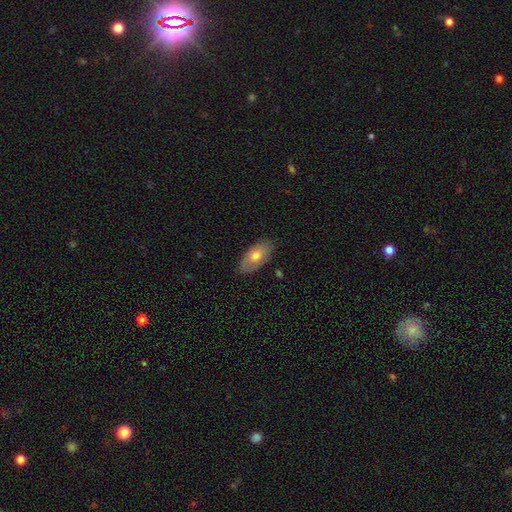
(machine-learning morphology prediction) Smooth or featured?
  - smooth: 68% *
  - featured or disk: 26%
  - star or artifact: 6%
How rounded?
  - in between: 93% *
  - cigar-shaped: 4%
  - round: 3%
Merging?
  - none: 83% *
  - minor disturbance: 14%
  - major disturbance: 2%
  - merger: 1%